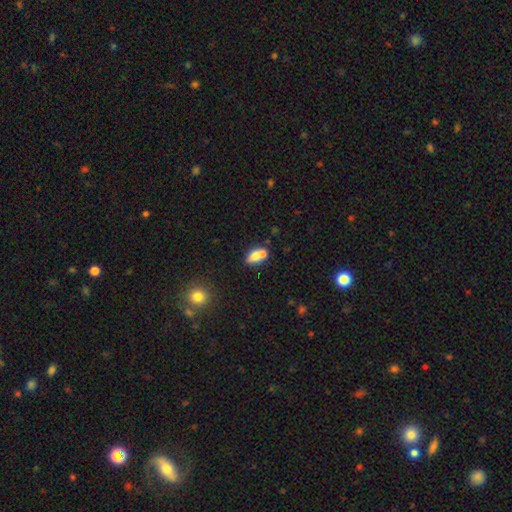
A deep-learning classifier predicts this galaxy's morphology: This is likely a smooth galaxy (71%). How rounded: clearly in between (81%). Merging: marginally merger (42%).